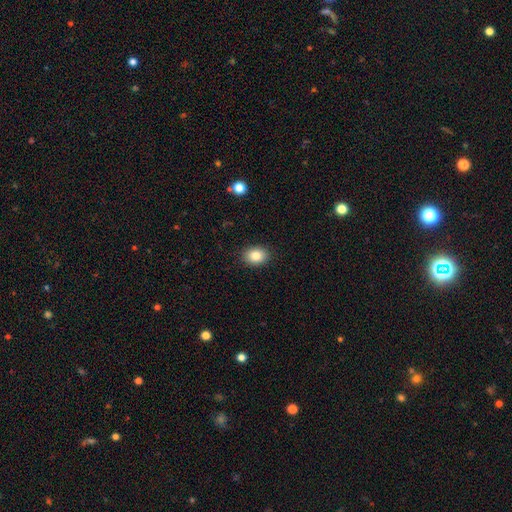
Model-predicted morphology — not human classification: Smooth or featured?
  - smooth: 84% *
  - star or artifact: 9%
  - featured or disk: 7%
How rounded?
  - in between: 61% *
  - round: 38%
  - cigar-shaped: 1%
Merging?
  - none: 89% *
  - minor disturbance: 8%
  - major disturbance: 2%
  - merger: 1%